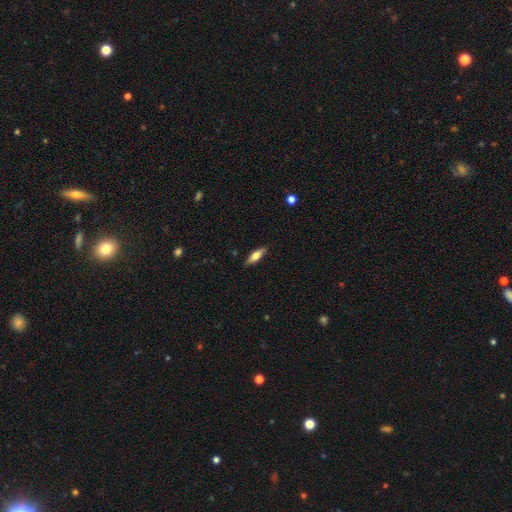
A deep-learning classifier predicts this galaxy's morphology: Q: Smooth or featured?
A: smooth (61%); runner-up: featured or disk (32%)
Q: How rounded?
A: in between (51%); runner-up: cigar-shaped (46%)
Q: Merging?
A: none (87%); runner-up: minor disturbance (10%)